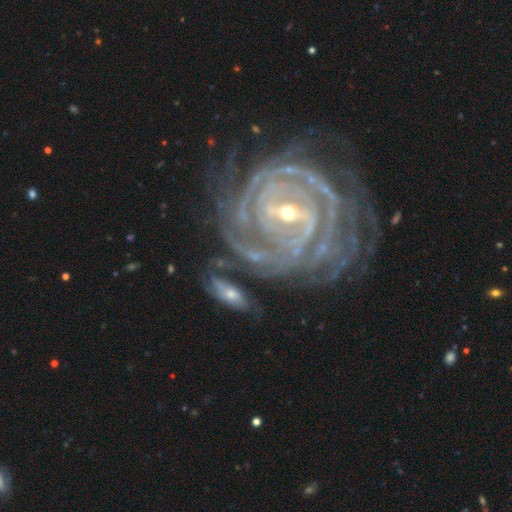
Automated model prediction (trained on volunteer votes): This appears to be a featured or disk galaxy (89%) with a strong bar (45%), tight (81%) spiral arms (97%) and a small central bulge (64%). Merging: none (64%).